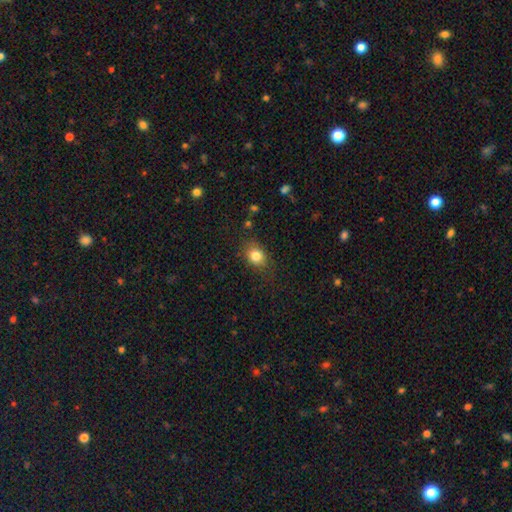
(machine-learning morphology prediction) smooth-or-featured: smooth: 82% | star or artifact: 10% | featured or disk: 8%
  how-rounded: in between: 52% | round: 47% | cigar-shaped: 1%
  merging: none: 76% | minor disturbance: 17% | major disturbance: 5% | merger: 1%